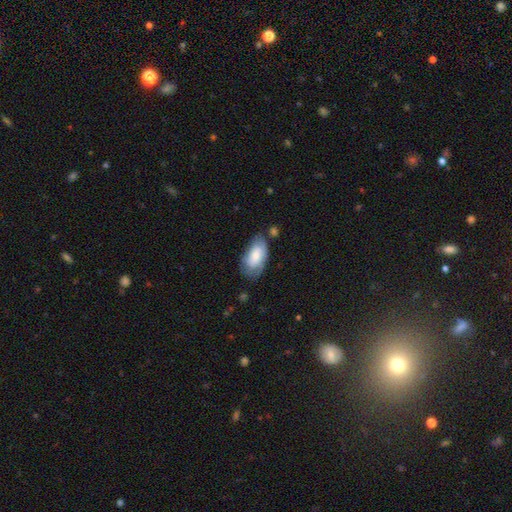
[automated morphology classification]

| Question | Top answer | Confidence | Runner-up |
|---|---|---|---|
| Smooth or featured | smooth | 66% | featured or disk (28%) |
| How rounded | in between | 93% | round (4%) |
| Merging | none | 58% | minor disturbance (29%) |